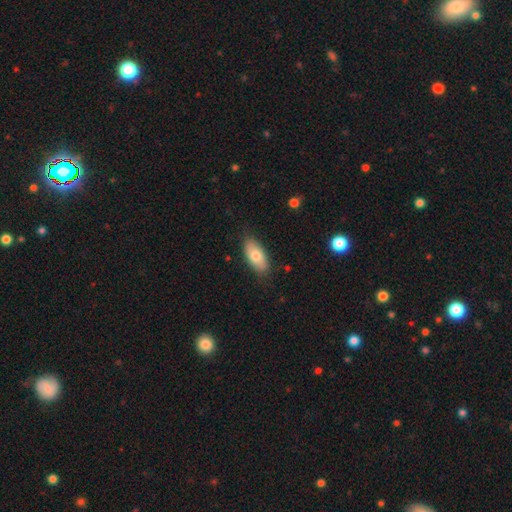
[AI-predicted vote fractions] A smooth galaxy with no disk features (76%) that is in between round and cigar-shaped (91%). Merging: none (82%).